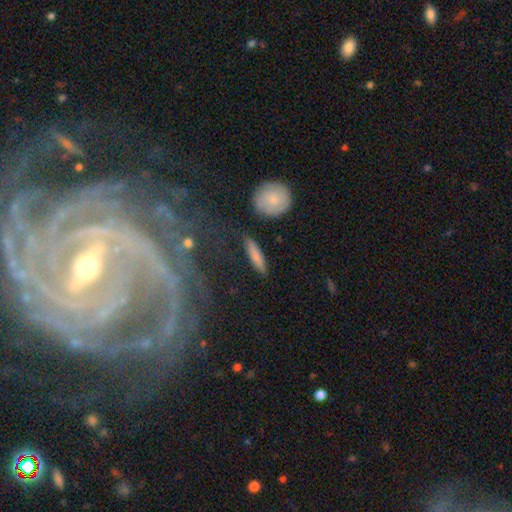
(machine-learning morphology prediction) Smooth or featured? smooth (77%)
How rounded? cigar-shaped (83%)
Merging? none (85%)